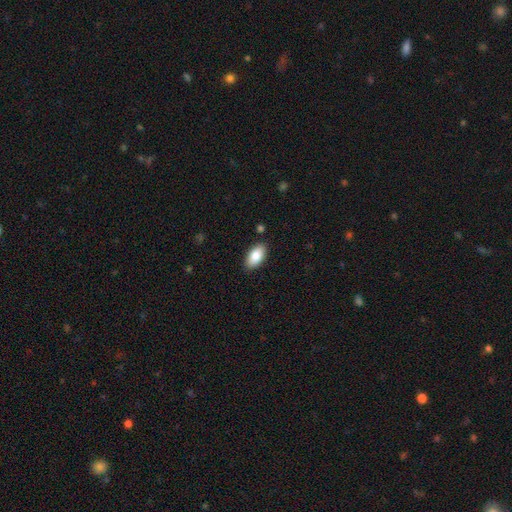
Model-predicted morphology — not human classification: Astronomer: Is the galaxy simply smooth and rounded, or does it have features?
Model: smooth — 85%.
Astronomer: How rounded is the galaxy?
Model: in between — 94%.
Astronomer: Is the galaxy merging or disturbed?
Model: none — 87%.